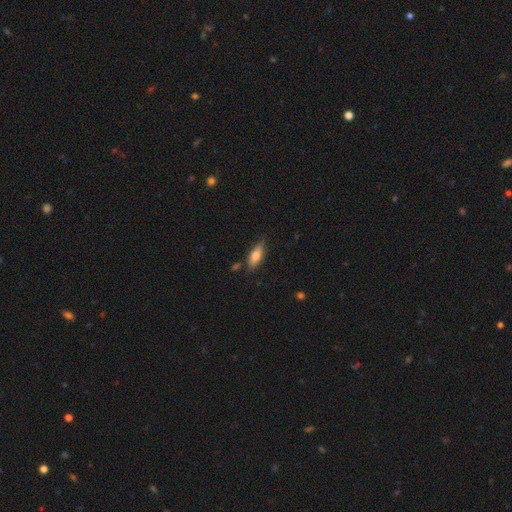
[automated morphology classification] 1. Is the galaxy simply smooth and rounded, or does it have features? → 68% smooth, 25% featured or disk, 7% star or artifact.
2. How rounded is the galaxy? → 61% in between, 36% cigar-shaped, 2% round.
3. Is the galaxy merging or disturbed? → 78% none, 16% minor disturbance, 4% merger, 3% major disturbance.